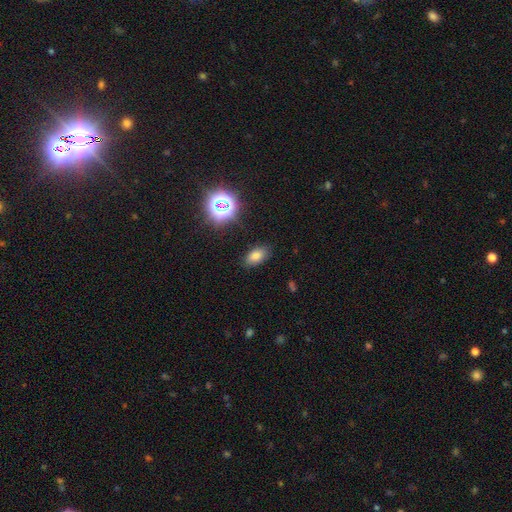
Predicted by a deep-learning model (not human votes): A smooth galaxy with no disk features (75%) that is in between round and cigar-shaped (89%).

Vote fractions:
- Smooth or featured? smooth: 75% / star or artifact: 17% / featured or disk: 8%
- How rounded? in between: 89% / round: 9% / cigar-shaped: 3%
- Merging? none: 85% / minor disturbance: 11% / major disturbance: 3% / merger: 2%